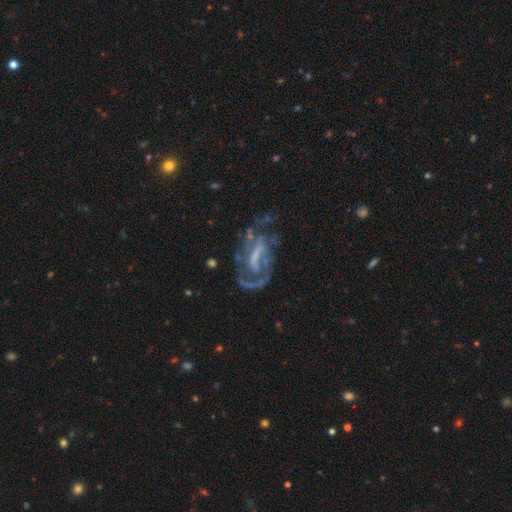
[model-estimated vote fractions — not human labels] This appears to be a featured or disk galaxy (83%) with a weak bar (41%), 2 (40%) medium (45%) spiral arms (85%) and no central bulge (42%). Merging: none (46%).